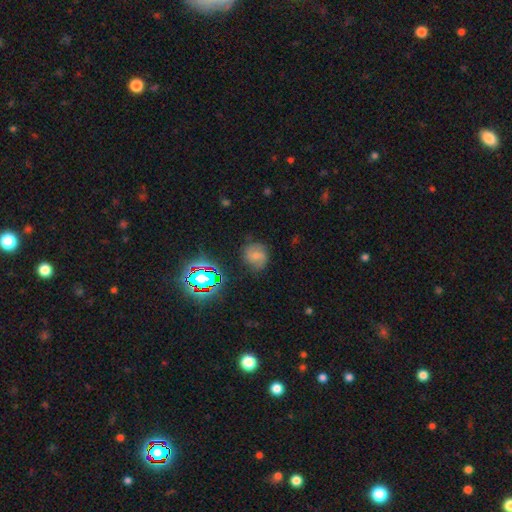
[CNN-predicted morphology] type=smooth (49%); merging=none (70%).